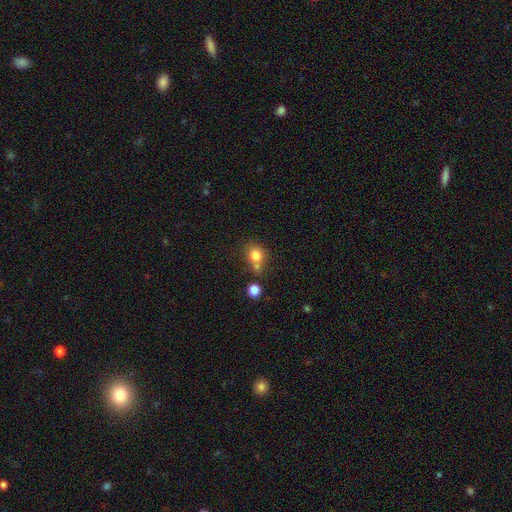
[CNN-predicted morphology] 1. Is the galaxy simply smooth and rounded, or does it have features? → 80% smooth, 11% star or artifact, 9% featured or disk.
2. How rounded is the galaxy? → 71% round, 28% in between, 1% cigar-shaped.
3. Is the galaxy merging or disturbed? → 51% none, 32% merger, 13% minor disturbance, 5% major disturbance.